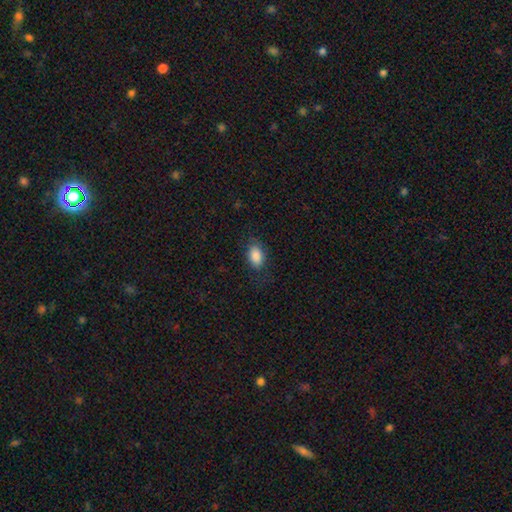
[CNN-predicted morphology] smooth-or-featured: smooth: 87% | star or artifact: 8% | featured or disk: 5%
  how-rounded: in between: 88% | round: 11% | cigar-shaped: 2%
  merging: none: 77% | minor disturbance: 16% | major disturbance: 6% | merger: 1%